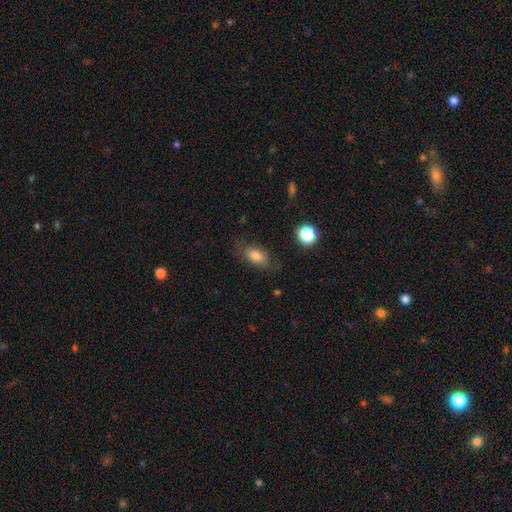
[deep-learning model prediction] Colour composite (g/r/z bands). It shows a smooth galaxy with no disk features (79%) that is in between round and cigar-shaped (86%). Merging: none (76%).